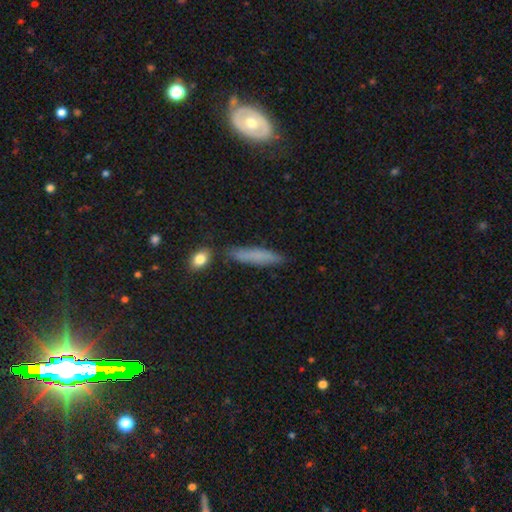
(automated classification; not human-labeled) A smooth galaxy with no disk features (68%) that is cigar-shaped (88%).

Vote fractions:
- Smooth or featured? smooth: 68% / featured or disk: 22% / star or artifact: 10%
- How rounded? cigar-shaped: 88% / in between: 10% / round: 2%
- Merging? none: 82% / minor disturbance: 12% / merger: 4% / major disturbance: 3%